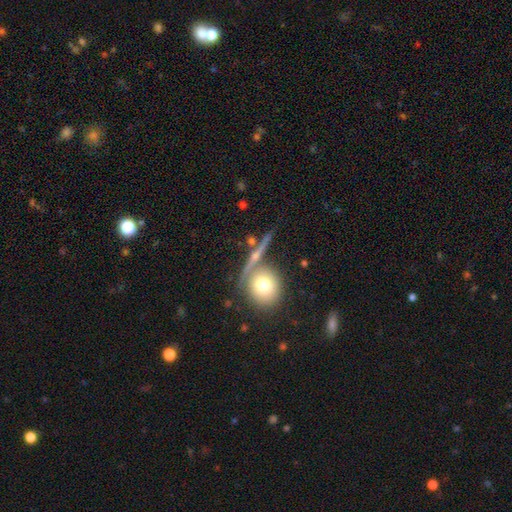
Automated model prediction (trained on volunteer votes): This is possibly a smooth galaxy (48%). Merging: likely none (68%).